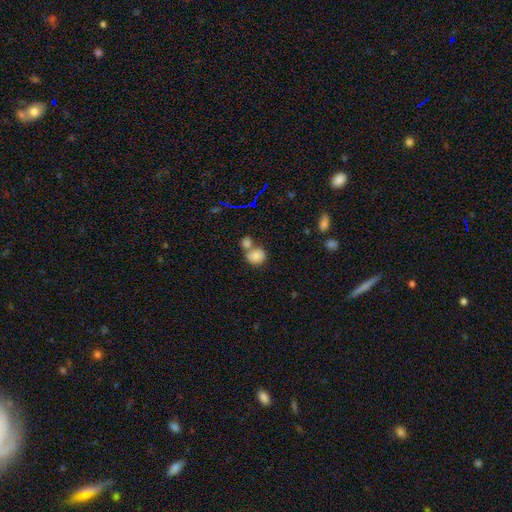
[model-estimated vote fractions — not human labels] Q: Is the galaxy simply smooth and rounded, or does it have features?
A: smooth — 81%.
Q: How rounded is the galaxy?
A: round — 74%.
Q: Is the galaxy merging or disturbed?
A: merger — 44%.